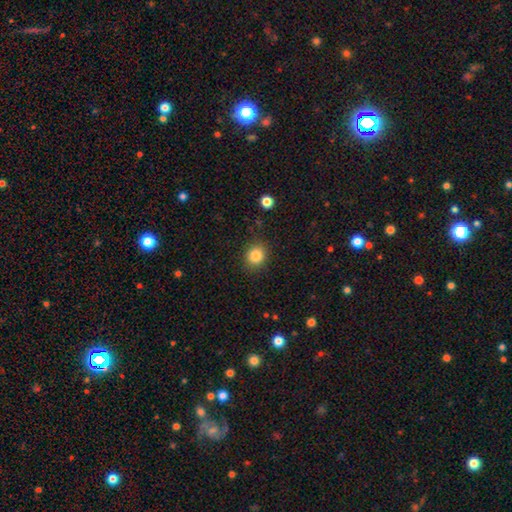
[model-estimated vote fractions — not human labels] Q: Smooth or featured?
A: smooth (84%); runner-up: star or artifact (11%)
Q: How rounded?
A: round (79%); runner-up: in between (20%)
Q: Merging?
A: none (87%); runner-up: minor disturbance (9%)